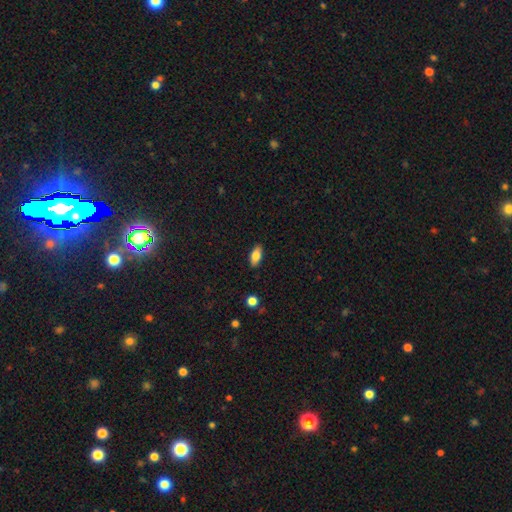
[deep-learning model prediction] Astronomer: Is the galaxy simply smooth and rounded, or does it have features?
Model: smooth — 81%.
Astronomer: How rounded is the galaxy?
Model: in between — 88%.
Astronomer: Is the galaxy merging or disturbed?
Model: none — 88%.